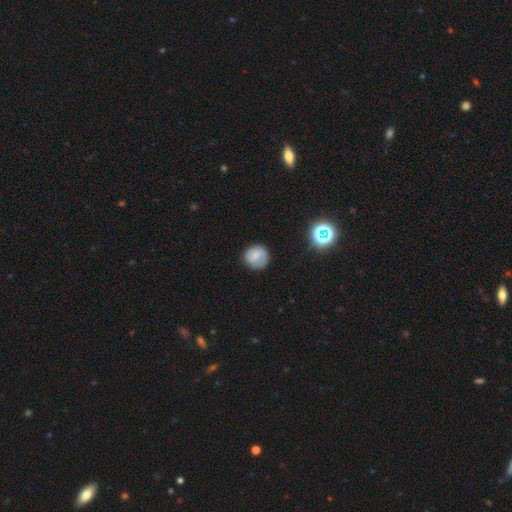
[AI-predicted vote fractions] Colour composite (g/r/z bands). It shows a smooth galaxy with no disk features (75%) that is round (87%). Merging: none (78%).